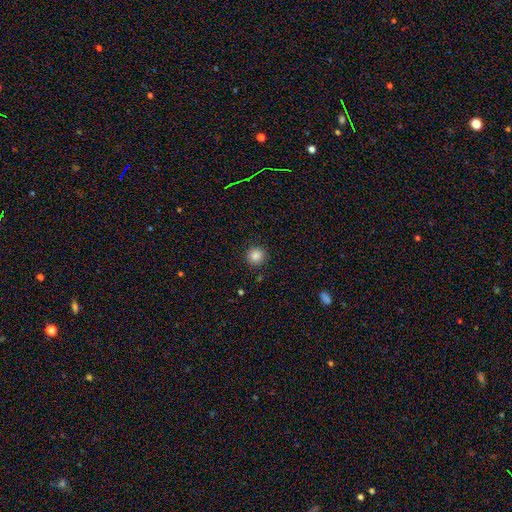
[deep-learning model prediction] smooth-or-featured: smooth: 86% | star or artifact: 10% | featured or disk: 4%
  how-rounded: round: 94% | in between: 5% | cigar-shaped: 1%
  merging: none: 90% | minor disturbance: 7% | major disturbance: 2% | merger: 1%